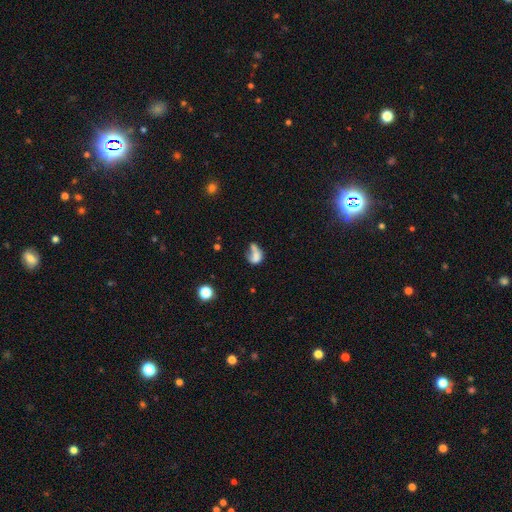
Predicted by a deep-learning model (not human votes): Smooth or featured?
  - smooth: 62% *
  - featured or disk: 25%
  - star or artifact: 13%
How rounded?
  - in between: 69% *
  - round: 29%
  - cigar-shaped: 3%
Merging?
  - merger: 37% *
  - major disturbance: 24%
  - none: 22%
  - minor disturbance: 17%